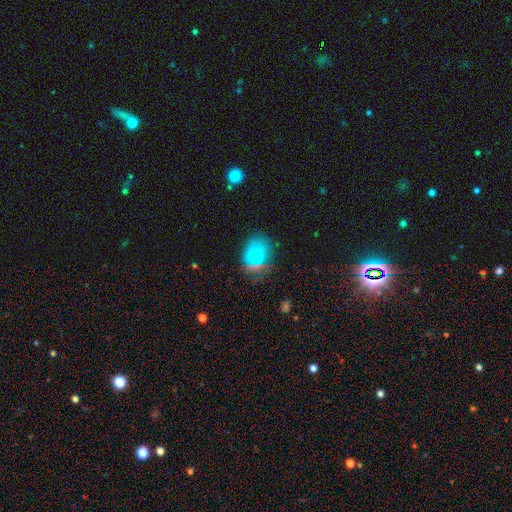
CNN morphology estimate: This is likely a smooth galaxy (66%). How rounded: possibly in between (59%). Merging: possibly none (60%).